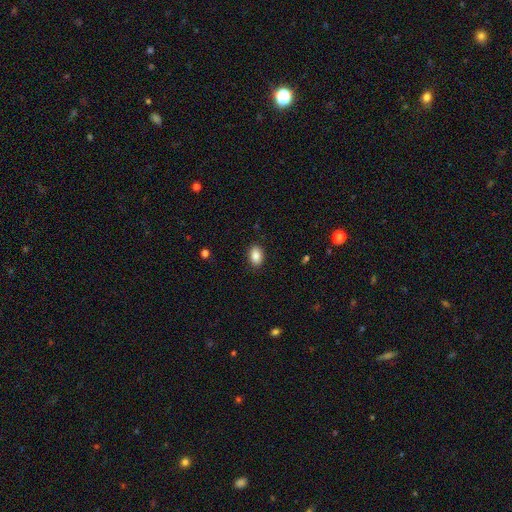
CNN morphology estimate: Smooth or featured: smooth — 87% (star or artifact — 8%)
How rounded: in between — 87% (round — 11%)
Merging: none — 88% (minor disturbance — 9%)